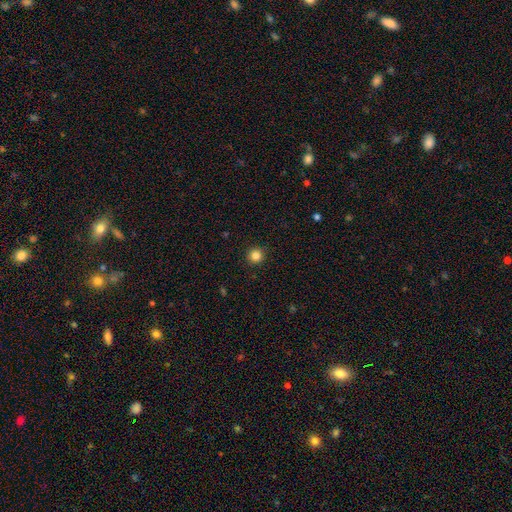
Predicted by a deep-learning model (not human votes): The model was most divided on "smooth or featured": smooth: 84%, star or artifact: 12%, featured or disk: 4%. More confident: how rounded — round (95%); merging — none (92%).